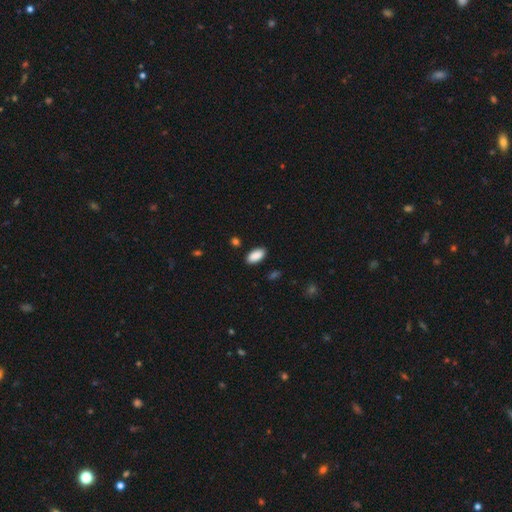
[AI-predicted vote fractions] A smooth galaxy with no disk features (90%) that is in between round and cigar-shaped (93%).

Vote fractions:
- Smooth or featured? smooth: 90% / star or artifact: 7% / featured or disk: 3%
- How rounded? in between: 93% / cigar-shaped: 5% / round: 2%
- Merging? none: 88% / minor disturbance: 9% / major disturbance: 2% / merger: 1%